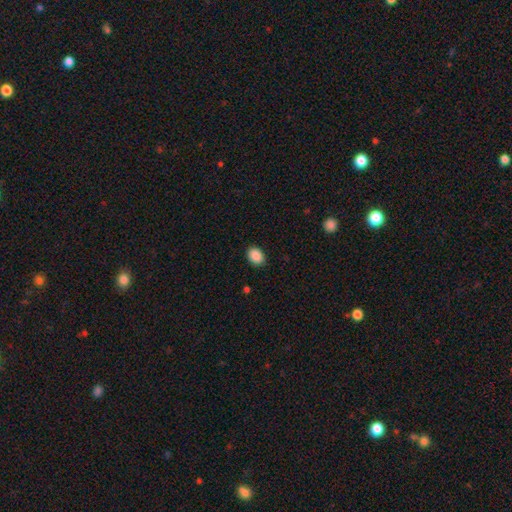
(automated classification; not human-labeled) The model was most divided on "how rounded": in between: 68%, round: 31%, cigar-shaped: 1%. More confident: smooth or featured — smooth (89%); merging — none (89%).